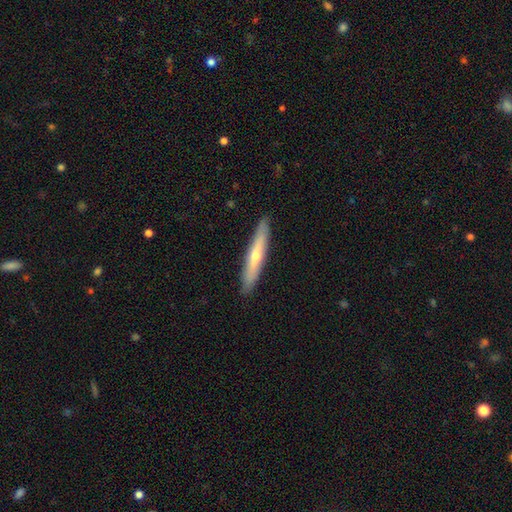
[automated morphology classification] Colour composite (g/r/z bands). It shows a featured or disk galaxy (52%) viewed edge-on (87%). Merging: none (90%).